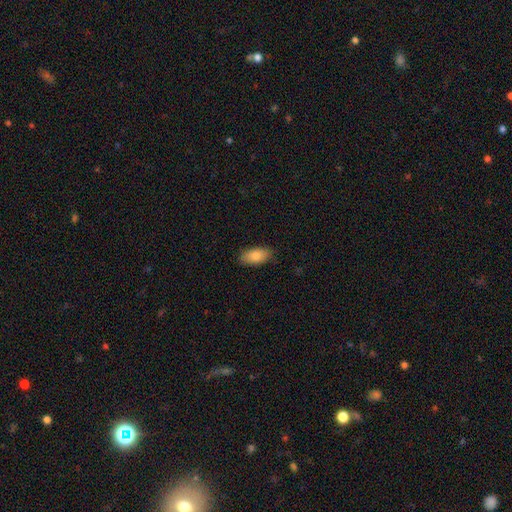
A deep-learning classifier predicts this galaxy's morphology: smooth_or_featured: smooth (p=0.84) [alt: featured or disk p=0.09]
how_rounded: in between (p=0.92) [alt: cigar-shaped p=0.05]
merging: none (p=0.86) [alt: minor disturbance p=0.11]